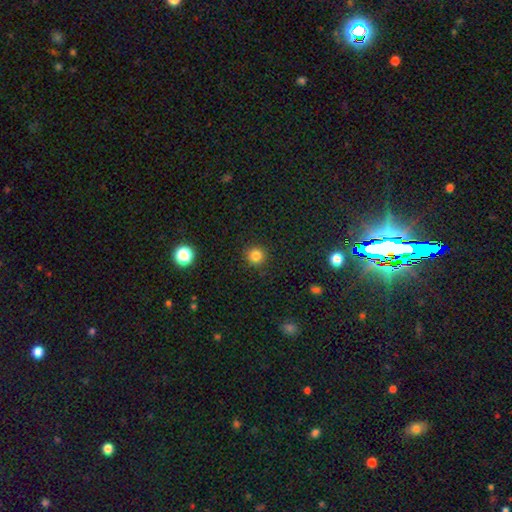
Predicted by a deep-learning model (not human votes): smooth-or-featured: smooth: 83% | star or artifact: 13% | featured or disk: 4%
  how-rounded: round: 94% | in between: 5% | cigar-shaped: 1%
  merging: none: 91% | minor disturbance: 6% | major disturbance: 2% | merger: 1%